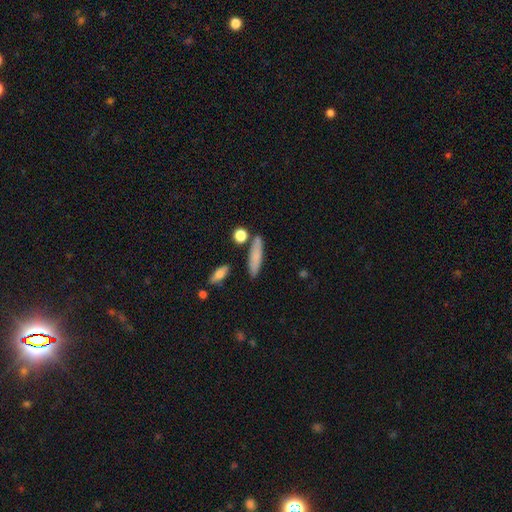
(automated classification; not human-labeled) smooth_or_featured: smooth (p=0.76) [alt: featured or disk p=0.16]
how_rounded: cigar-shaped (p=0.73) [alt: in between p=0.23]
merging: none (p=0.79) [alt: minor disturbance p=0.12]